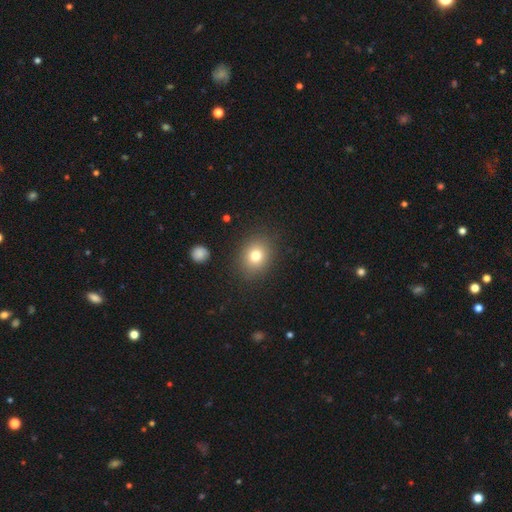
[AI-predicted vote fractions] This is likely a smooth galaxy (78%). How rounded: possibly round (59%). Merging: clearly none (87%).